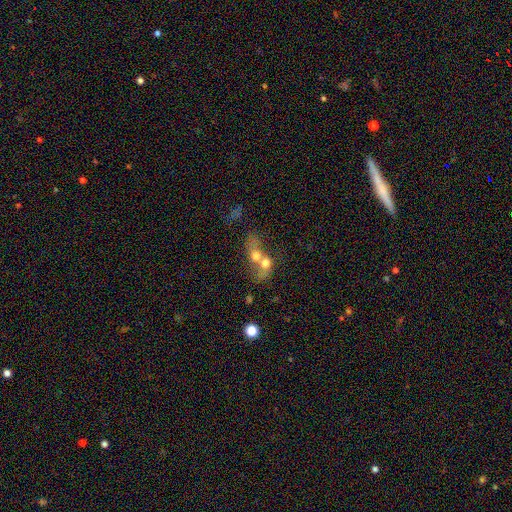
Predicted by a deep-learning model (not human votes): Q: Smooth or featured?
A: smooth (58%); runner-up: featured or disk (30%)
Q: How rounded?
A: round (51%); runner-up: in between (45%)
Q: Merging?
A: merger (78%); runner-up: none (11%)